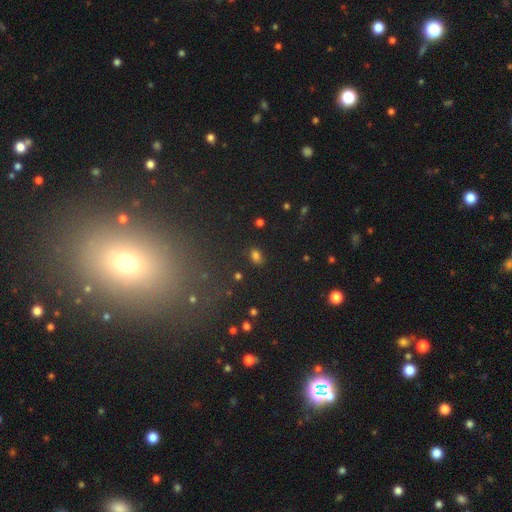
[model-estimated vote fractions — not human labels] This appears to be a smooth galaxy with no disk features (79%) that is in between round and cigar-shaped (81%). Merging: none (84%).